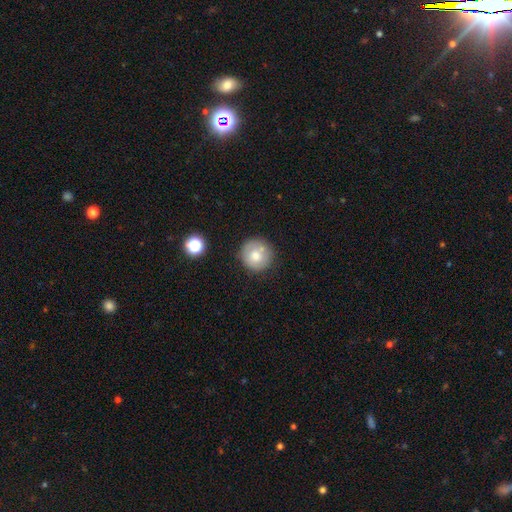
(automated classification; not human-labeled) smooth 70%, featured or disk 21%, star or artifact 9%. Down the decision tree: how rounded — round (94%); merging — none (75%).